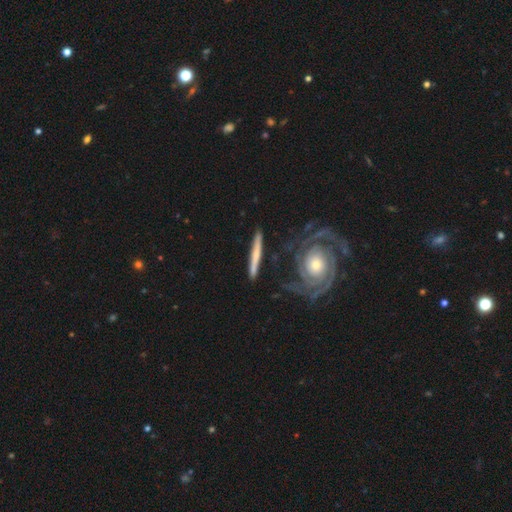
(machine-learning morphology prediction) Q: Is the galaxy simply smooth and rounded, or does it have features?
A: featured or disk — 61%.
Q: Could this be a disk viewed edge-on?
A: yes — 70%.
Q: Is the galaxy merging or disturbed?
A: none — 81%.